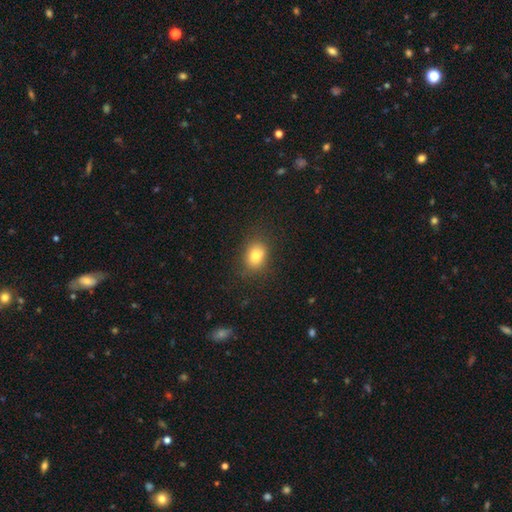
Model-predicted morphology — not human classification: smooth 80%, star or artifact 11%, featured or disk 9%. Down the decision tree: how rounded — in between (56%); merging — none (79%).